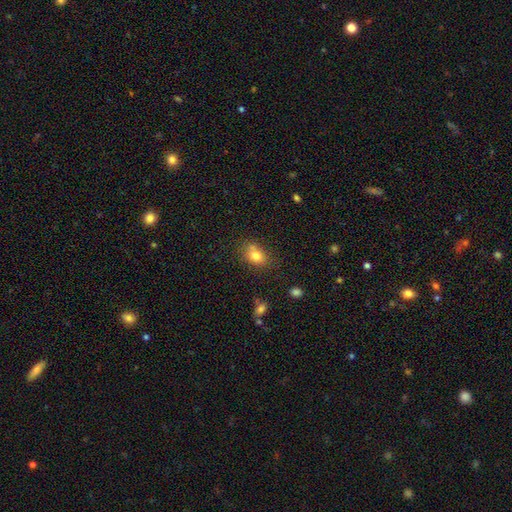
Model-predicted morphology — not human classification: smooth_or_featured: smooth (p=0.78) [alt: star or artifact p=0.11]
how_rounded: in between (p=0.63) [alt: round p=0.35]
merging: none (p=0.60) [alt: minor disturbance p=0.19]